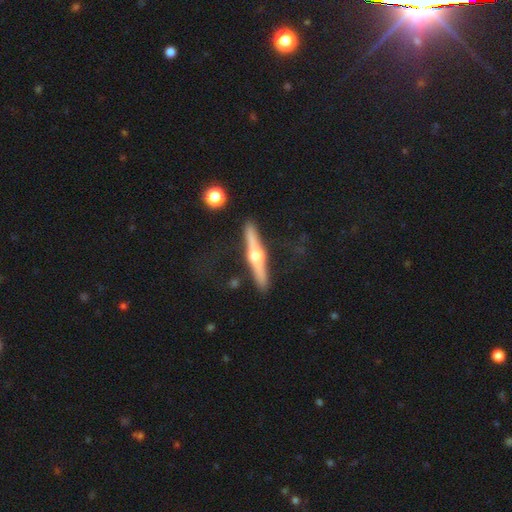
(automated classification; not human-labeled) A featured or disk galaxy (76%) viewed edge-on (97%) with a rounded central bulge (94%).

Vote fractions:
- Smooth or featured? featured or disk: 76% / smooth: 19% / star or artifact: 5%
- Edge-on disk? yes: 97% / no: 3%
- Edge-on bulge? rounded: 94% / boxy: 3% / none: 3%
- Merging? none: 84% / minor disturbance: 11% / major disturbance: 3% / merger: 2%